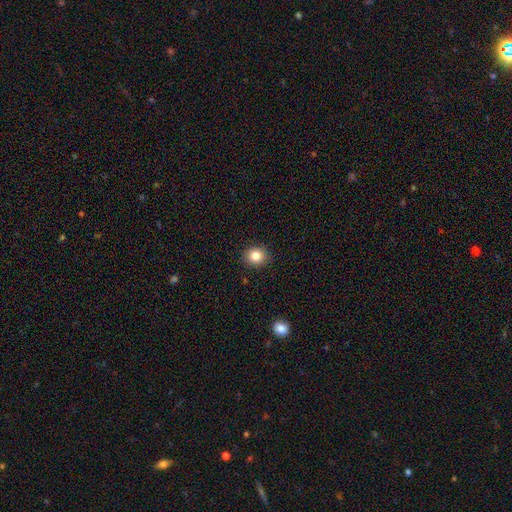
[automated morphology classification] Smooth or featured? Predicted: smooth (p=0.85). How rounded? Predicted: round (p=0.80). Merging? Predicted: none (p=0.90).